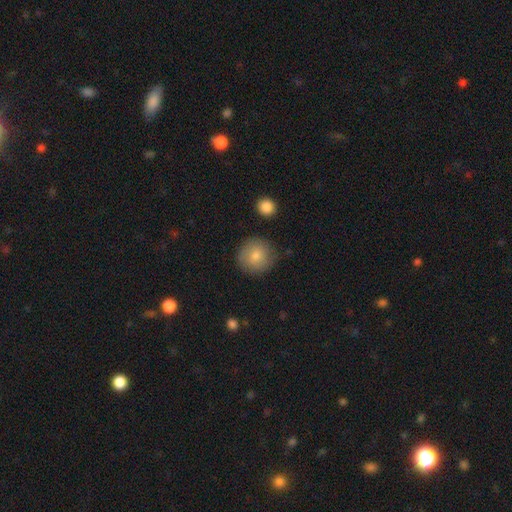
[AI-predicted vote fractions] smooth-or-featured: smooth: 82% | featured or disk: 11% | star or artifact: 7%
  how-rounded: round: 91% | in between: 8% | cigar-shaped: 1%
  merging: none: 81% | minor disturbance: 13% | major disturbance: 3% | merger: 2%